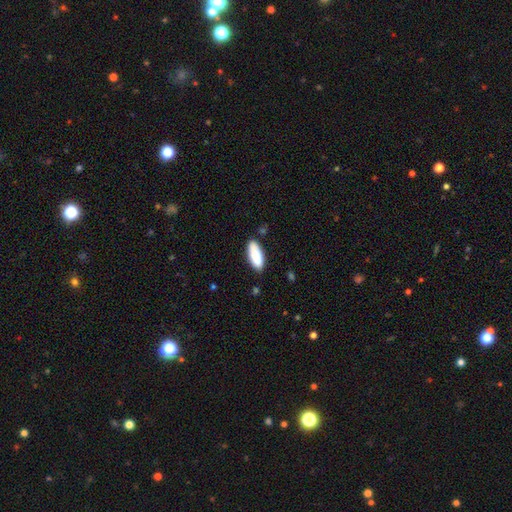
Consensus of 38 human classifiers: Smooth or featured?
  - smooth: 82% *
  - featured or disk: 11%
  - star or artifact: 8%
How rounded?
  - in between: 65% *
  - cigar-shaped: 35%
  - round: 0%
Merging?
  - none: 89% *
  - minor disturbance: 9%
  - merger: 3%
  - major disturbance: 0%